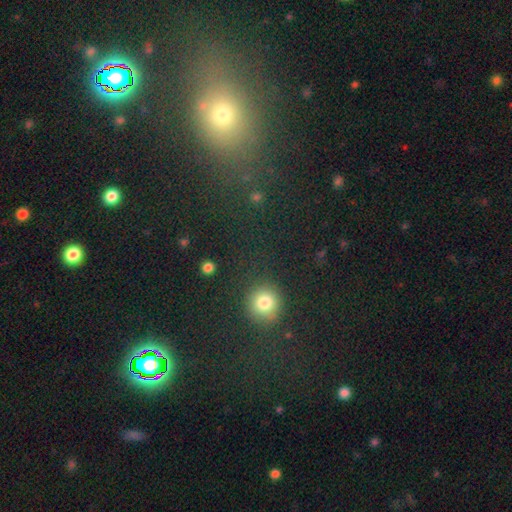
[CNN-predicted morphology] smooth_or_featured: smooth (p=0.53) [alt: star or artifact p=0.39]
how_rounded: round (p=0.80) [alt: in between p=0.17]
merging: none (p=0.80) [alt: minor disturbance p=0.09]